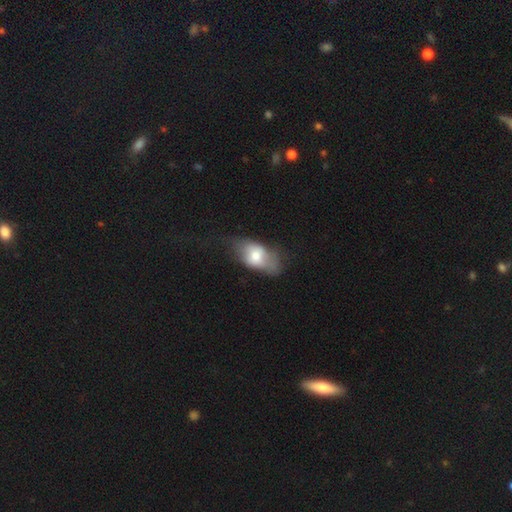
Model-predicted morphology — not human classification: Smooth or featured: smooth — 64% (featured or disk — 29%)
How rounded: in between — 88% (round — 7%)
Merging: none — 40% (minor disturbance — 33%)